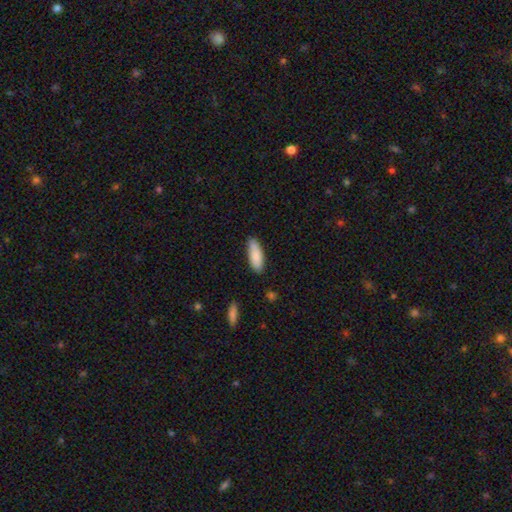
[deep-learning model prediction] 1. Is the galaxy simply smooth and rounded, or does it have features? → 87% smooth, 7% featured or disk, 6% star or artifact.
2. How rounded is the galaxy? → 58% in between, 41% cigar-shaped, 2% round.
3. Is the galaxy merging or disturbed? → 79% none, 16% minor disturbance, 3% major disturbance, 2% merger.